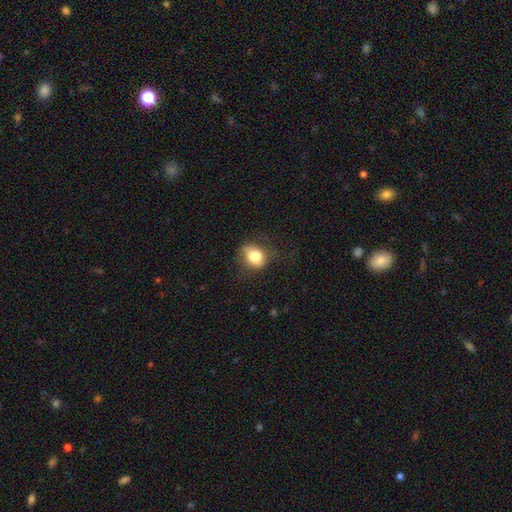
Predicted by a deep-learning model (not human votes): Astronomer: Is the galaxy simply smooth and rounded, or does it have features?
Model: smooth — 80%.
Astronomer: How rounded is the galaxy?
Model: round — 53% (runner-up: in between, 46%).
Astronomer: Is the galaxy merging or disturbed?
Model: none — 70%.